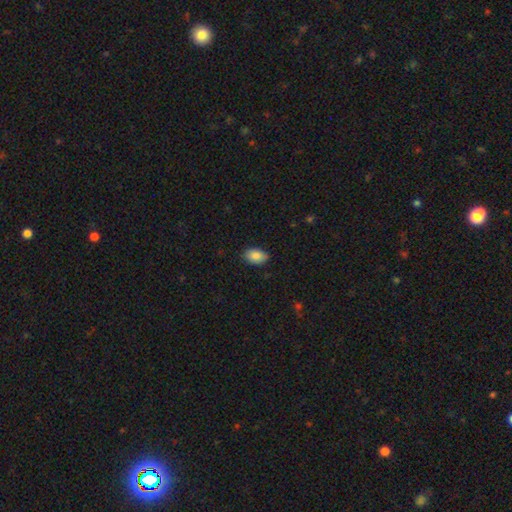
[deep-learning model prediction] smooth_or_featured: smooth (p=0.86) [alt: star or artifact p=0.07]
how_rounded: in between (p=0.88) [alt: round p=0.11]
merging: none (p=0.86) [alt: minor disturbance p=0.11]